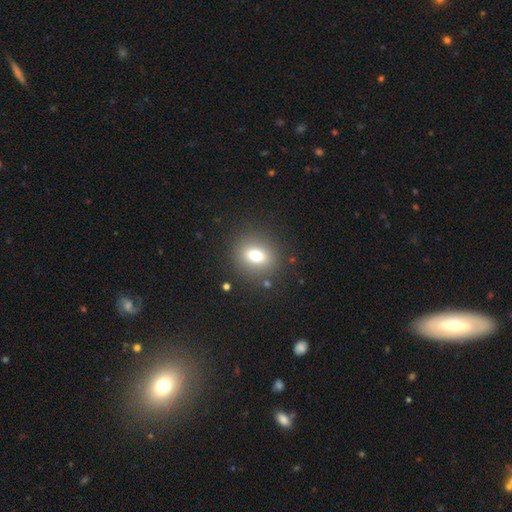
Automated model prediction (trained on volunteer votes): Smooth or featured: smooth — 72% (featured or disk — 14%)
How rounded: round — 64% (in between — 34%)
Merging: none — 86% (minor disturbance — 8%)